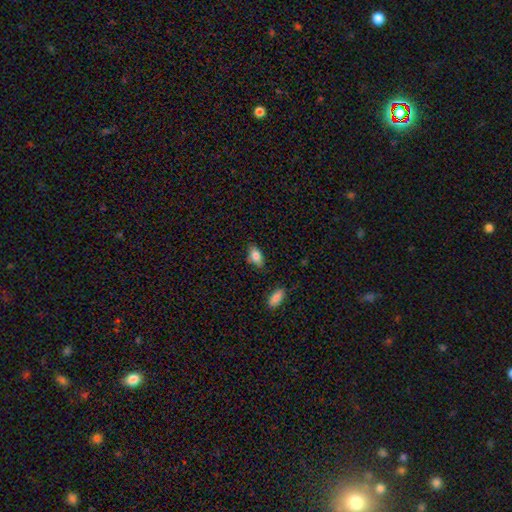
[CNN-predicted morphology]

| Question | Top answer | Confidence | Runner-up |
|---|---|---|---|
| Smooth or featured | smooth | 82% | featured or disk (11%) |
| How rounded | in between | 89% | cigar-shaped (6%) |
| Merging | none | 78% | minor disturbance (17%) |